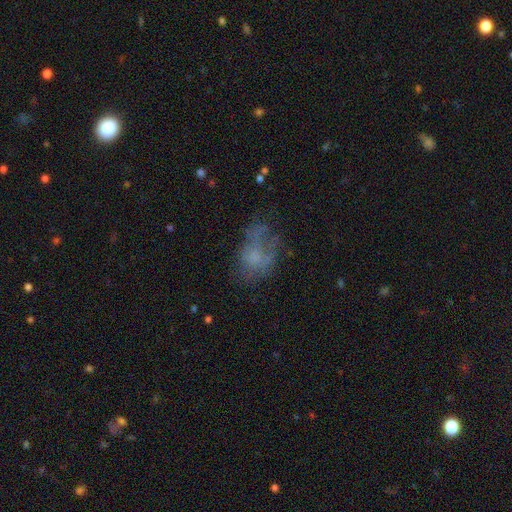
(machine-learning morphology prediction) This is possibly a smooth galaxy (51%). How rounded: likely in between (74%). Merging: marginally none (39%).